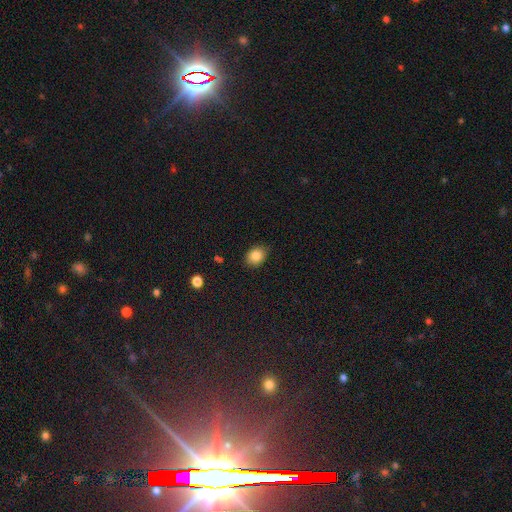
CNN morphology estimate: Smooth or featured?
  - smooth: 85% *
  - star or artifact: 9%
  - featured or disk: 6%
How rounded?
  - in between: 52% *
  - round: 47%
  - cigar-shaped: 1%
Merging?
  - none: 82% *
  - minor disturbance: 15%
  - major disturbance: 2%
  - merger: 1%